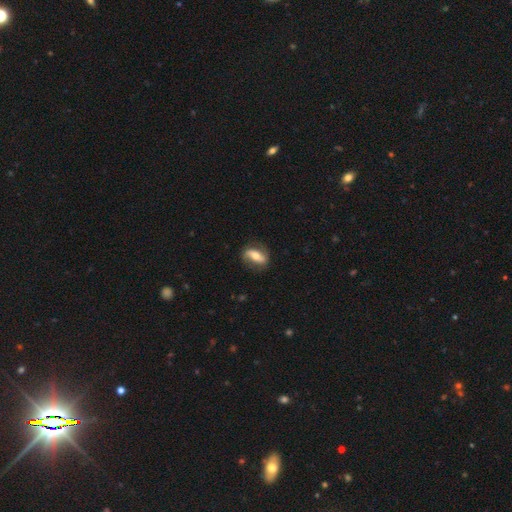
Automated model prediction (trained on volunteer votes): smooth-or-featured: featured or disk: 53% | smooth: 41% | star or artifact: 7%
  disk-edge-on: no: 81% | yes: 19%
  merging: none: 77% | minor disturbance: 16% | major disturbance: 5% | merger: 1%